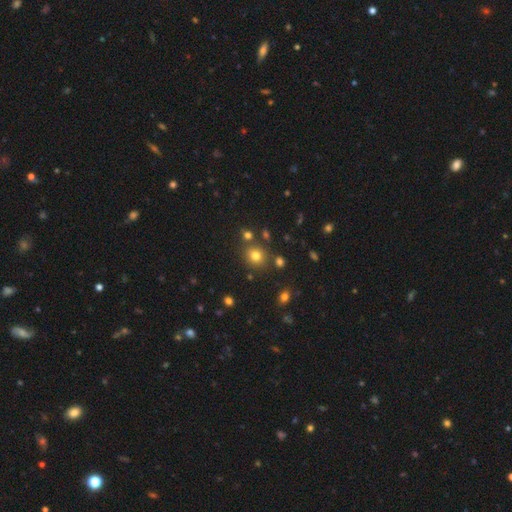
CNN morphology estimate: smooth 75%, star or artifact 17%, featured or disk 8%. Down the decision tree: how rounded — round (83%); merging — none (80%).